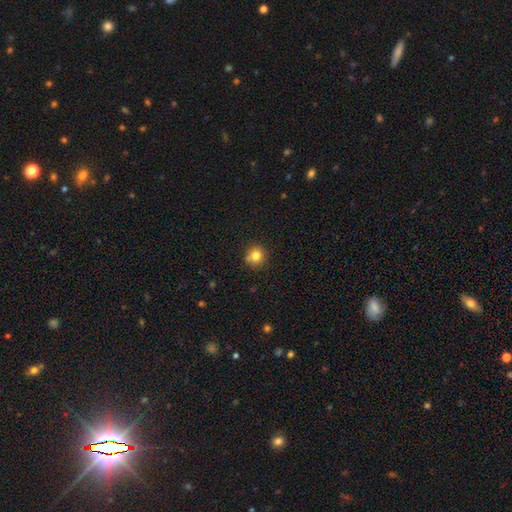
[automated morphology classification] Smooth or featured? Predicted: smooth (p=0.80). How rounded? Predicted: round (p=0.90). Merging? Predicted: none (p=0.77).